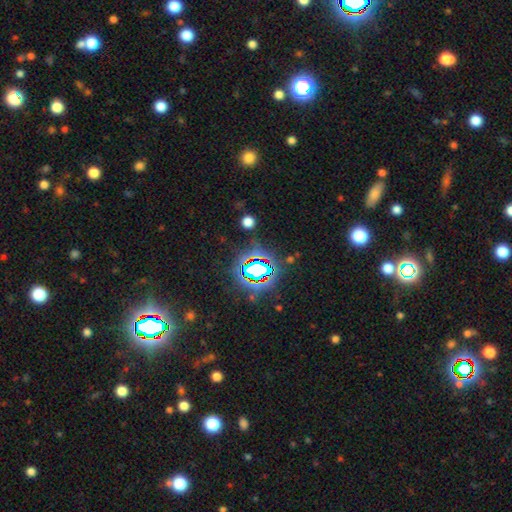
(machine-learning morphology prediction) Overall: star or artifact (80%).